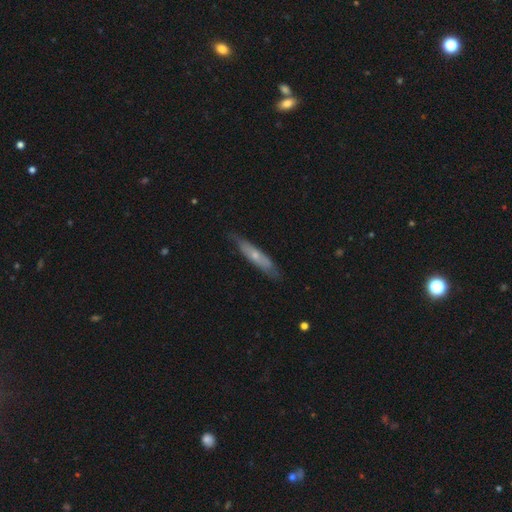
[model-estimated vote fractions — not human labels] smooth-or-featured: smooth: 48% | featured or disk: 47% | star or artifact: 6%
  merging: none: 76% | minor disturbance: 20% | major disturbance: 3% | merger: 1%